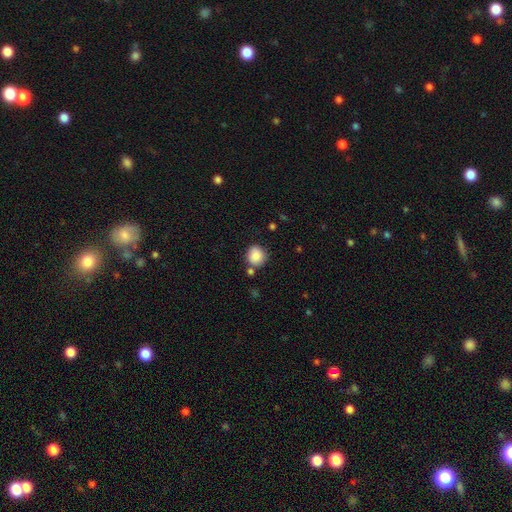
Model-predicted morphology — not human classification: This appears to be a smooth galaxy with no disk features (87%) that is round (86%). Merging: none (73%).